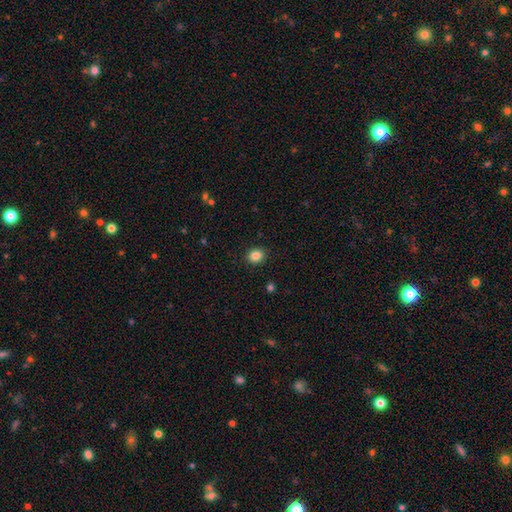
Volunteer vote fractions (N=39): Volunteers were most divided on "how rounded": round: 74%, in between: 26%, cigar-shaped: 0%. More confident: merging — none (94%); smooth or featured — smooth (87%).